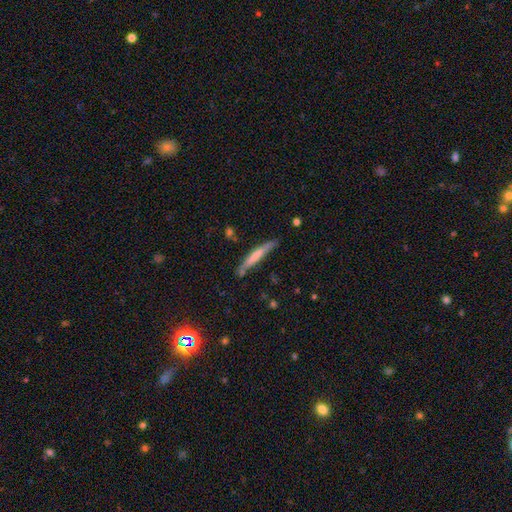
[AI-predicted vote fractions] Smooth or featured?
  - smooth: 58% *
  - featured or disk: 36%
  - star or artifact: 6%
How rounded?
  - cigar-shaped: 95% *
  - in between: 4%
  - round: 1%
Merging?
  - none: 75% *
  - minor disturbance: 16%
  - merger: 5%
  - major disturbance: 3%